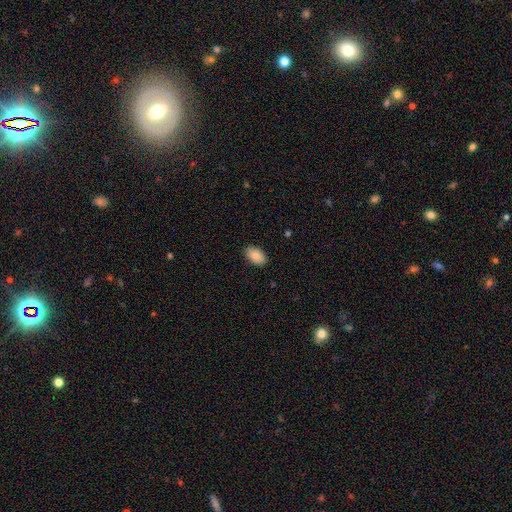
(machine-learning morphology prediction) smooth 89%, star or artifact 7%, featured or disk 4%. Down the decision tree: how rounded — in between (93%); merging — none (88%).